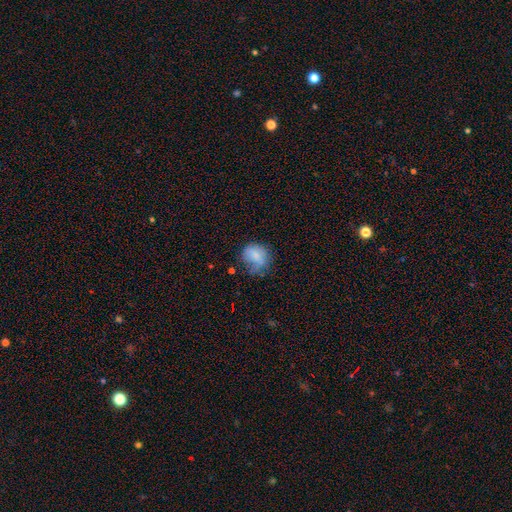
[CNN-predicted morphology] type=smooth (72%); roundness=round (64%); merging=none (44%).